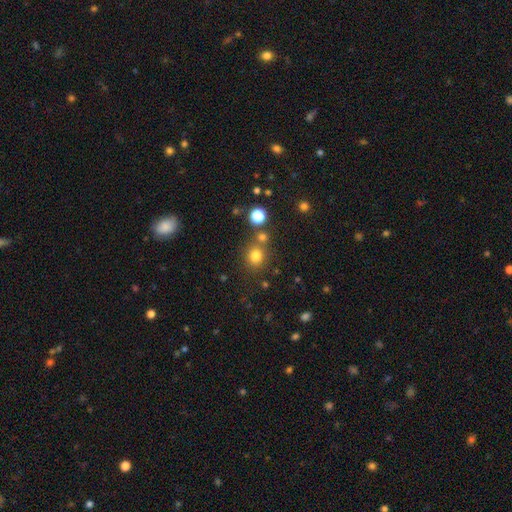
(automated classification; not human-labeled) Morphology: type=smooth (78%); roundness=round (85%); merging=none (73%).